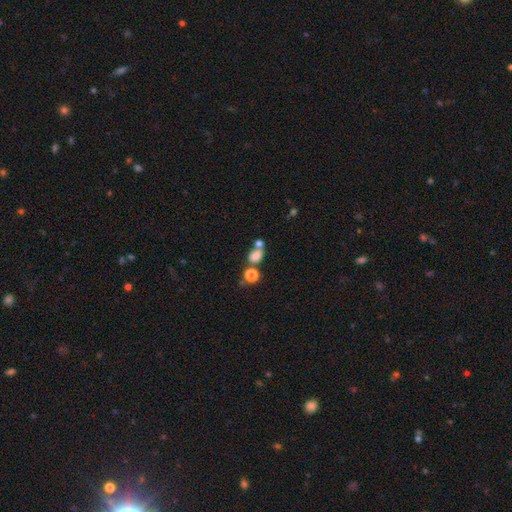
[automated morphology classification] smooth 76%, star or artifact 15%, featured or disk 9%. Down the decision tree: how rounded — in between (61%); merging — merger (41%).